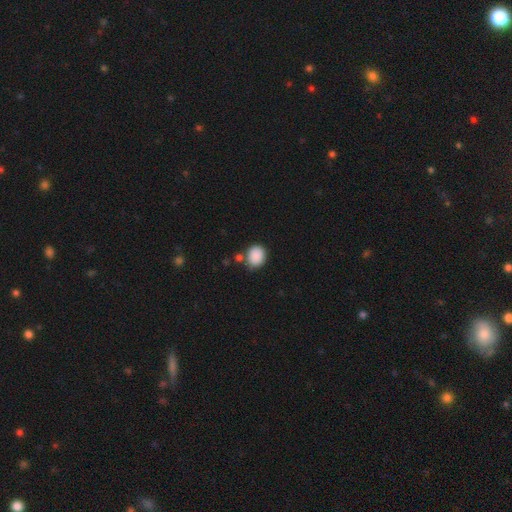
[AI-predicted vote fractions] smooth_or_featured: smooth (p=0.89) [alt: star or artifact p=0.08]
how_rounded: round (p=0.59) [alt: in between p=0.40]
merging: none (p=0.72) [alt: minor disturbance p=0.14]